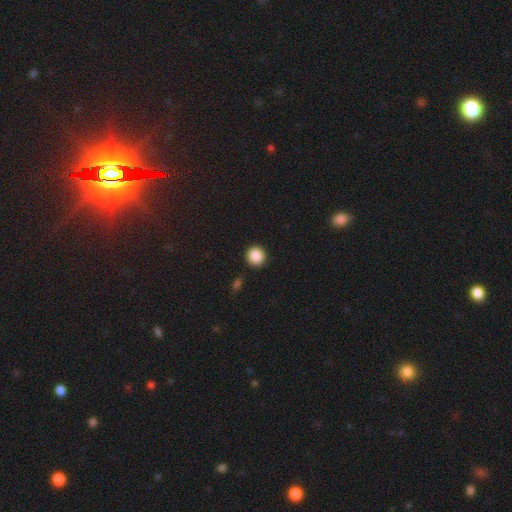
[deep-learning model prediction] A smooth galaxy with no disk features (88%) that is round (91%). Merging: none (90%).